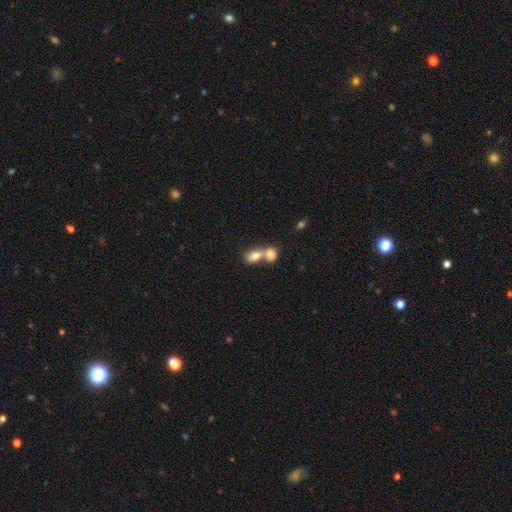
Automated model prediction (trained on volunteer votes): smooth-or-featured: smooth: 78% | featured or disk: 14% | star or artifact: 8%
  how-rounded: in between: 81% | round: 16% | cigar-shaped: 3%
  merging: merger: 72% | none: 19% | minor disturbance: 6% | major disturbance: 3%